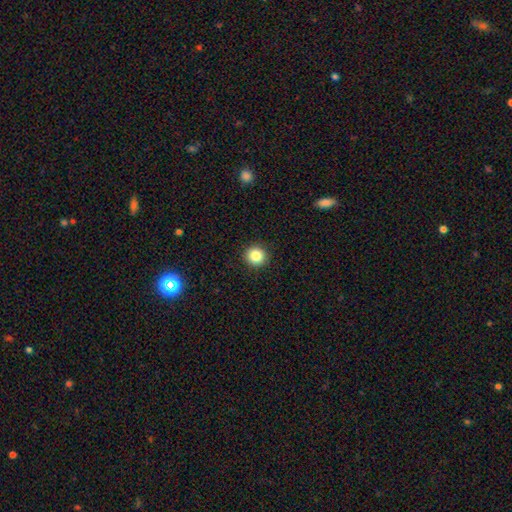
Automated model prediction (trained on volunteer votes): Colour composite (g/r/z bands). It shows a smooth galaxy with no disk features (85%) that is round (93%). Merging: none (92%).